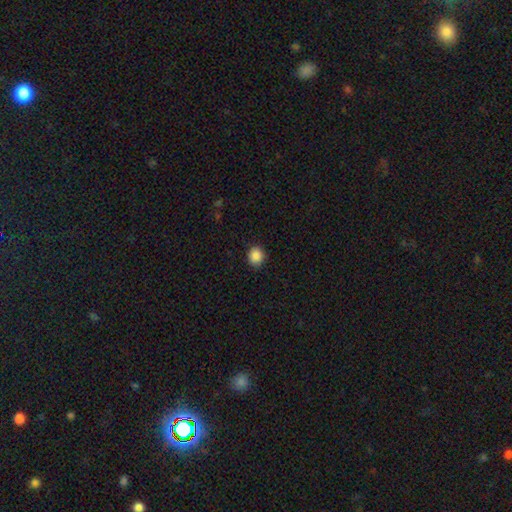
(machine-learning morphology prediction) type=smooth (88%); roundness=round (79%); merging=none (89%).